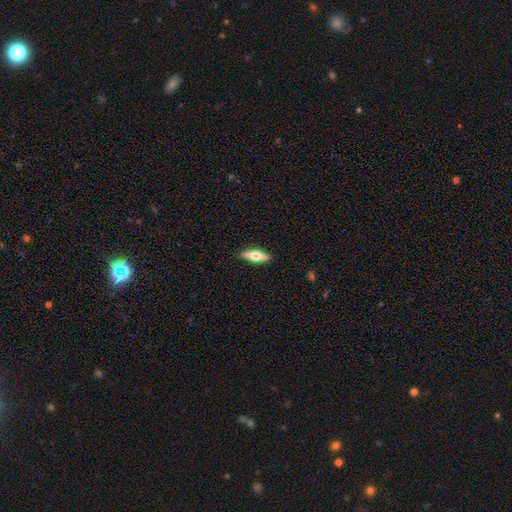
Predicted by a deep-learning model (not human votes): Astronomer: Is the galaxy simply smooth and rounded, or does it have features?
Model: smooth — 50% (runner-up: featured or disk, 44%).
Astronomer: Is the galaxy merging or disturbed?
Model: none — 89%.